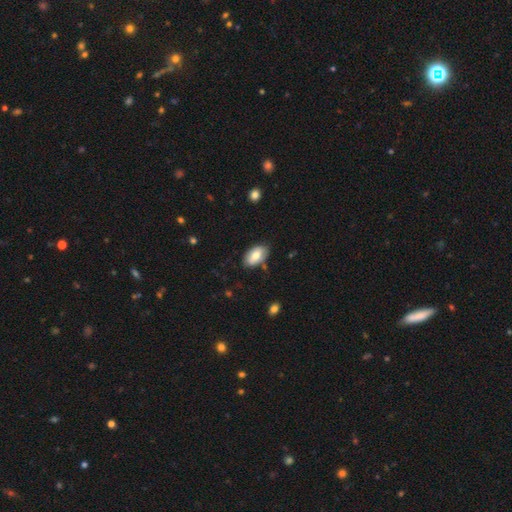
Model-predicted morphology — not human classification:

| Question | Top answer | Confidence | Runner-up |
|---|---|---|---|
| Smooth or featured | smooth | 72% | featured or disk (21%) |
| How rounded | in between | 94% | round (4%) |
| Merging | none | 80% | minor disturbance (14%) |